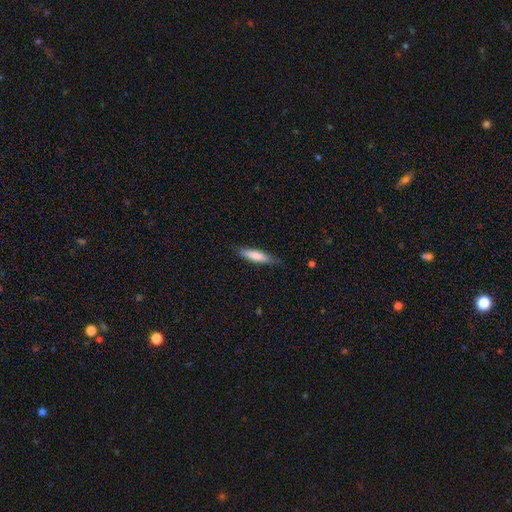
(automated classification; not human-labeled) A smooth galaxy with no disk features (76%) that is cigar-shaped (76%).

Vote fractions:
- Smooth or featured? smooth: 76% / featured or disk: 19% / star or artifact: 6%
- How rounded? cigar-shaped: 76% / in between: 22% / round: 1%
- Merging? none: 80% / minor disturbance: 16% / major disturbance: 3% / merger: 1%